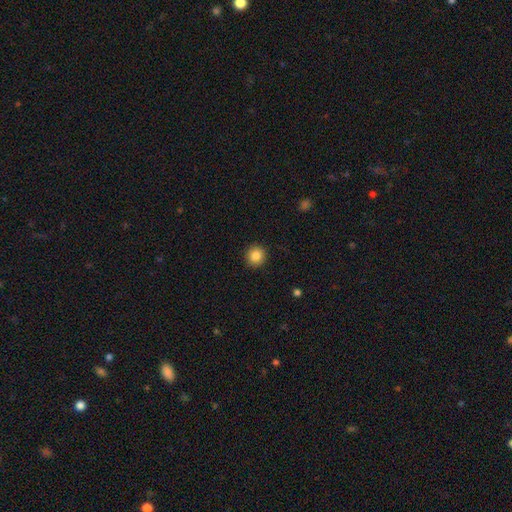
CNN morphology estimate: Smooth or featured?
  - smooth: 86% *
  - star or artifact: 9%
  - featured or disk: 4%
How rounded?
  - round: 94% *
  - in between: 5%
  - cigar-shaped: 1%
Merging?
  - none: 92% *
  - minor disturbance: 5%
  - major disturbance: 2%
  - merger: 1%